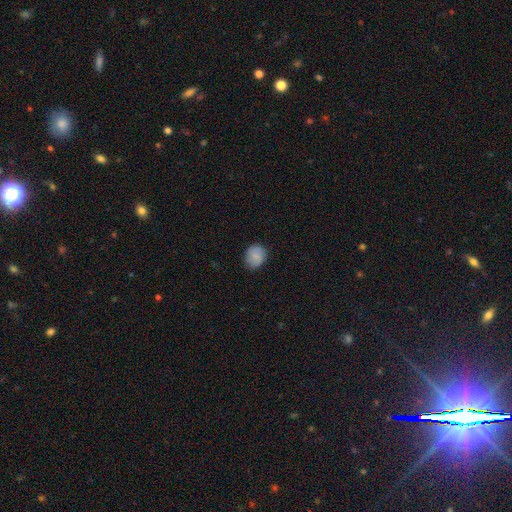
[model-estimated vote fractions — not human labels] Overall: smooth (79%). How rounded: round (75%). Merging: none (84%).